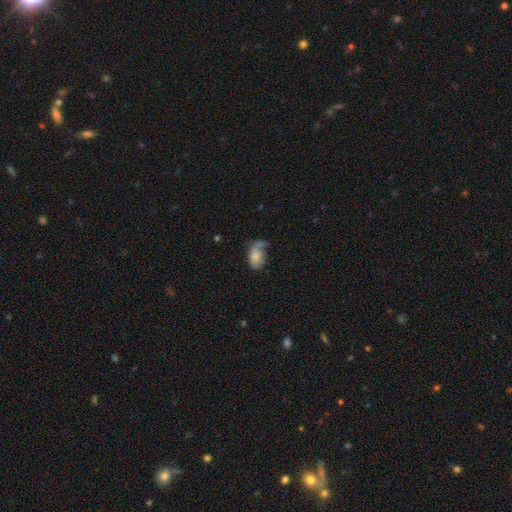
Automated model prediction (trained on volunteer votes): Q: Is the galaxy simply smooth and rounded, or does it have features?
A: smooth — 72%.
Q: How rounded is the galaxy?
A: in between — 89%.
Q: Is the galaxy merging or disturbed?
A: none — 34%.